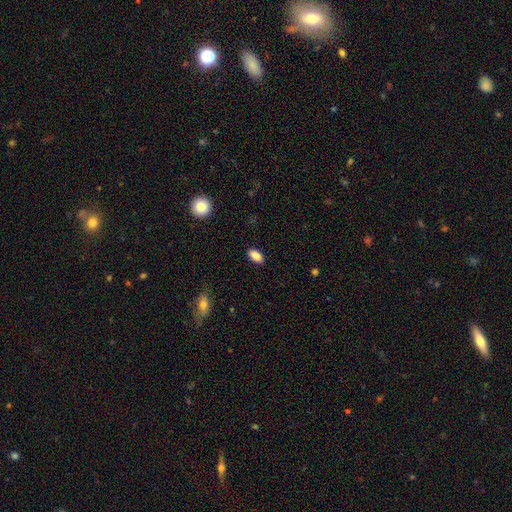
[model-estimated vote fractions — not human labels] Smooth or featured? Predicted: smooth (p=0.87). How rounded? Predicted: in between (p=0.90). Merging? Predicted: none (p=0.88).